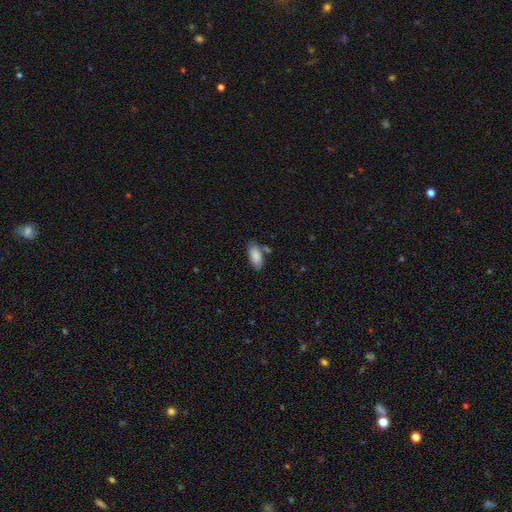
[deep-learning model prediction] smooth_or_featured: smooth (p=0.88) [alt: star or artifact p=0.06]
how_rounded: in between (p=0.89) [alt: cigar-shaped p=0.09]
merging: none (p=0.71) [alt: minor disturbance p=0.15]